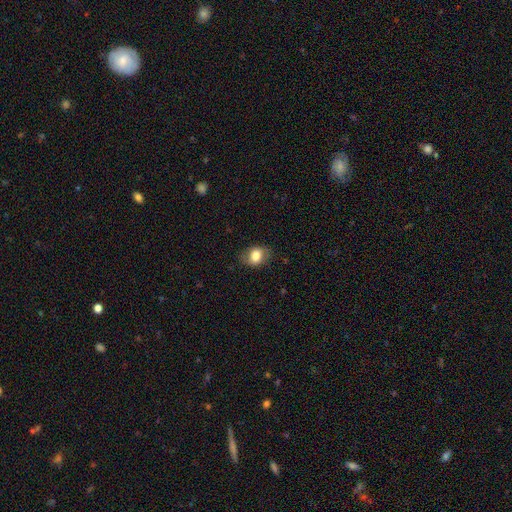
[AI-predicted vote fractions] The model was most divided on "how rounded": in between: 72%, round: 26%, cigar-shaped: 1%. More confident: merging — none (77%); smooth or featured — smooth (74%).